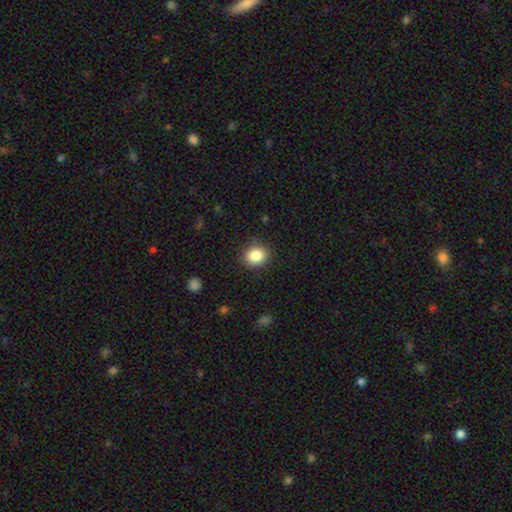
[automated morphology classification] The model was most divided on "how rounded": round: 65%, in between: 34%, cigar-shaped: 1%. More confident: merging — none (88%); smooth or featured — smooth (85%).